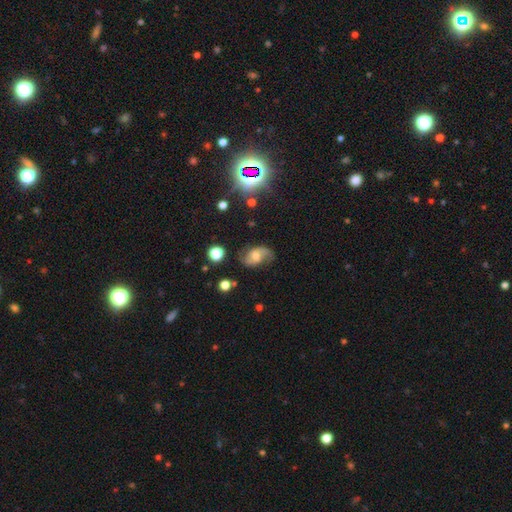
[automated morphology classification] Smooth or featured?
  - featured or disk: 69% *
  - smooth: 21%
  - star or artifact: 10%
Edge-on disk?
  - no: 96% *
  - yes: 4%
Bar?
  - no: 47% *
  - weak: 42%
  - strong: 11%
Spiral arms?
  - yes: 90% *
  - no: 10%
Spiral winding?
  - medium: 44% *
  - loose: 39%
  - tight: 17%
Spiral arm count?
  - 2: 85% *
  - can't tell: 7%
  - 1: 4%
  - 3: 1%
  - 4: 1%
  - more than 4: 1%
Bulge size?
  - moderate: 60% *
  - small: 28%
  - large: 7%
  - none: 3%
  - dominant: 1%
Merging?
  - none: 68% *
  - minor disturbance: 20%
  - major disturbance: 9%
  - merger: 2%